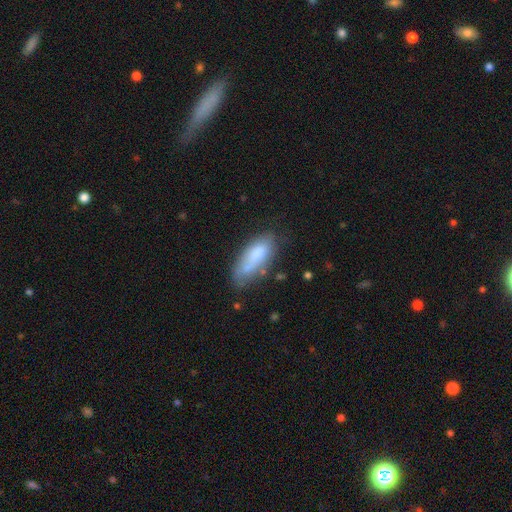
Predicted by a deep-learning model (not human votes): Smooth or featured: smooth — 74% (featured or disk — 18%)
How rounded: in between — 78% (cigar-shaped — 20%)
Merging: none — 50% (minor disturbance — 28%)